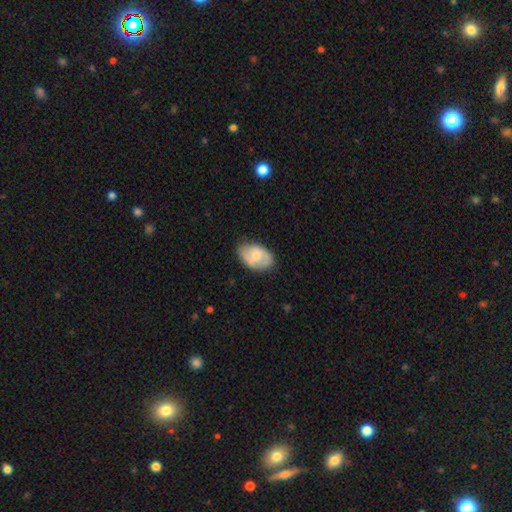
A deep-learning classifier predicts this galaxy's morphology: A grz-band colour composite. It shows a featured or disk galaxy (47%, tied with smooth). Merging: none (73%).